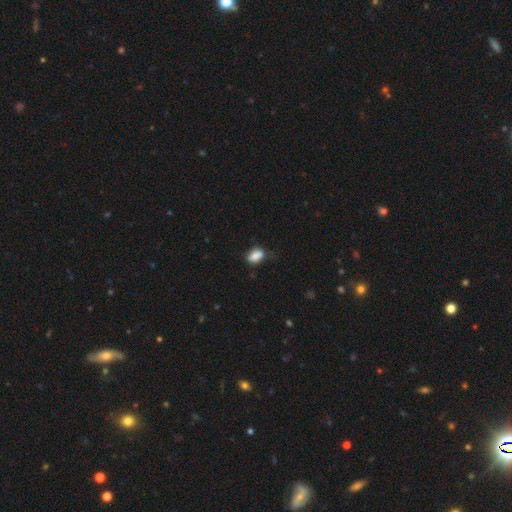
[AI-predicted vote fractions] This is clearly a smooth galaxy (82%). How rounded: clearly in between (82%). Merging: possibly none (52%).